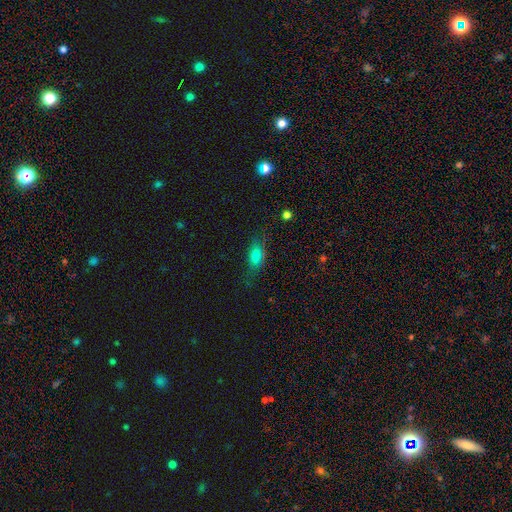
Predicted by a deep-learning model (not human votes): The model was most divided on "merging": none: 64%, minor disturbance: 24%, major disturbance: 11%, merger: 2%. More confident: how rounded — in between (80%); smooth or featured — smooth (68%).